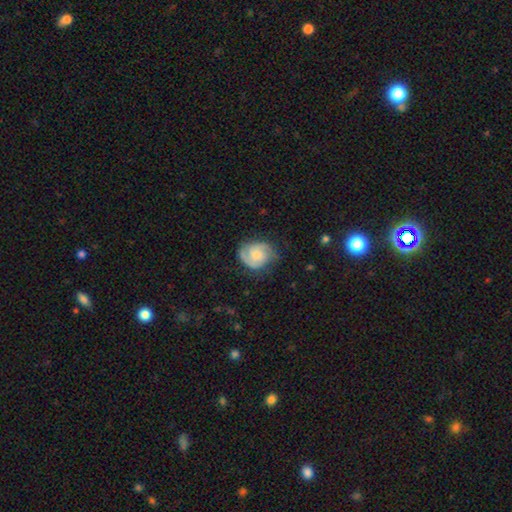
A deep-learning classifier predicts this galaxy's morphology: The model was most divided on "spiral winding": tight: 45%, medium: 42%, loose: 13%. Remaining: edge-on disk — no (98%); spiral arms — yes (95%); spiral arm count — 2 (75%); smooth or featured — featured or disk (72%); merging — none (69%); bar — no (66%); bulge size — small (44%).